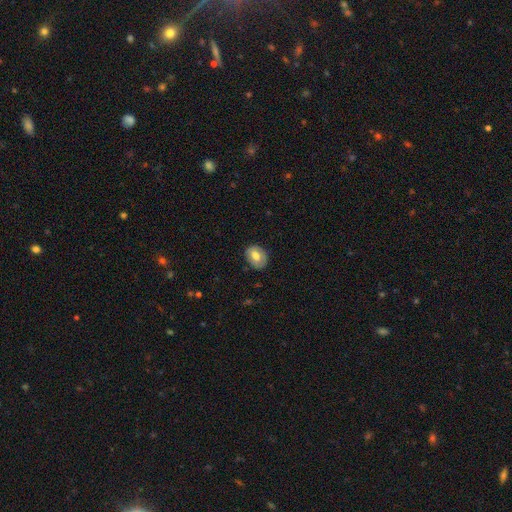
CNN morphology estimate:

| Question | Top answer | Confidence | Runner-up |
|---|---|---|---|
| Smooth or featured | smooth | 62% | featured or disk (31%) |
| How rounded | in between | 62% | round (37%) |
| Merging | none | 80% | minor disturbance (15%) |